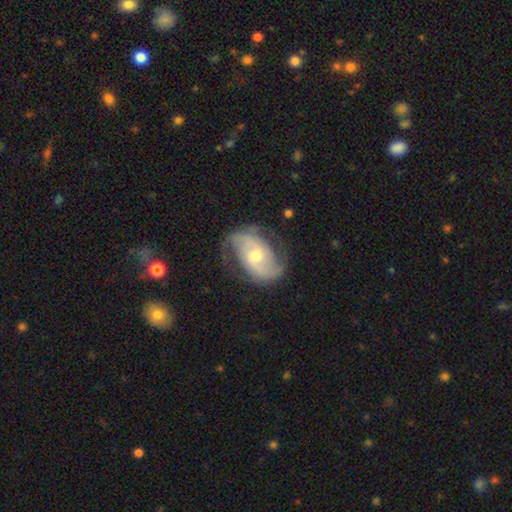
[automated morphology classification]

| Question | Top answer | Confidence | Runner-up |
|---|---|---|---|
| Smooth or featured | featured or disk | 84% | smooth (11%) |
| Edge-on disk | no | 97% | yes (3%) |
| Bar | no | 53% | weak (38%) |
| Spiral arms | yes | 95% | no (5%) |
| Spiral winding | medium | 46% | loose (31%) |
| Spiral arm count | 2 | 87% | can't tell (6%) |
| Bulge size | moderate | 60% | small (34%) |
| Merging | none | 69% | minor disturbance (20%) |